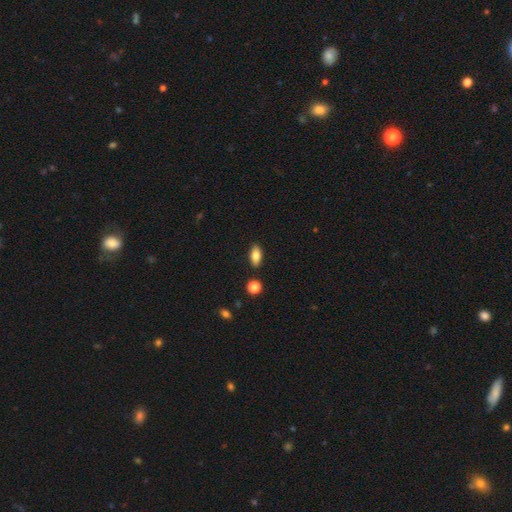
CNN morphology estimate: smooth-or-featured: smooth: 79% | featured or disk: 13% | star or artifact: 8%
  how-rounded: in between: 87% | cigar-shaped: 9% | round: 5%
  merging: none: 87% | minor disturbance: 9% | merger: 2% | major disturbance: 2%